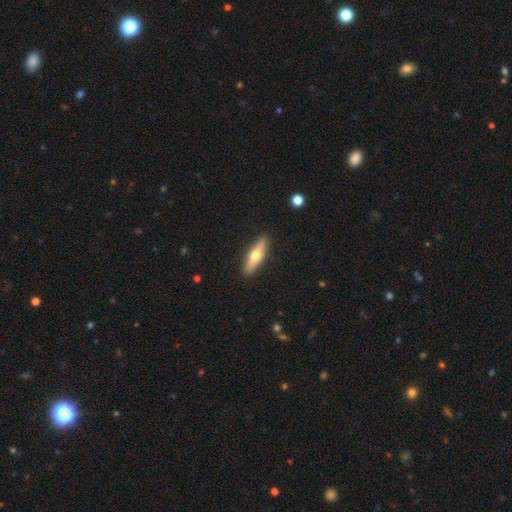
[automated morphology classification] Q: Smooth or featured?
A: smooth (54%); runner-up: featured or disk (40%)
Q: How rounded?
A: cigar-shaped (60%); runner-up: in between (38%)
Q: Merging?
A: none (90%); runner-up: minor disturbance (8%)